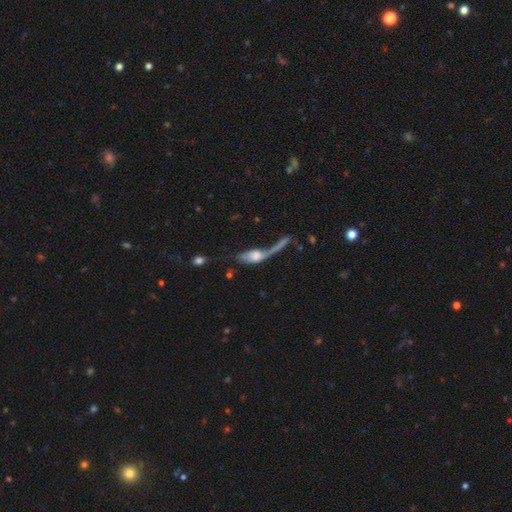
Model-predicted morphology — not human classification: Smooth or featured? Predicted: smooth (p=0.47). Merging? Predicted: major disturbance (p=0.39).